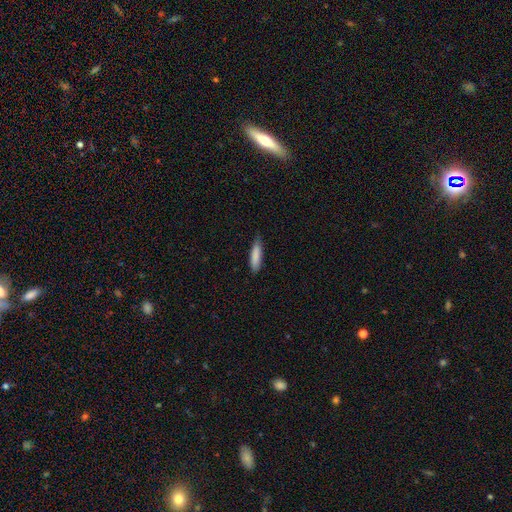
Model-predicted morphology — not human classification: This appears to be a smooth galaxy with no disk features (85%) that is cigar-shaped (71%). Merging: none (79%).